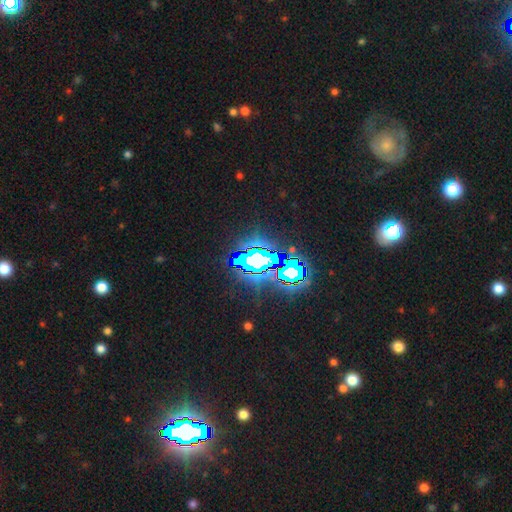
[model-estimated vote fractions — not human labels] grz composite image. It shows a star or artifact, not a galaxy (79%).